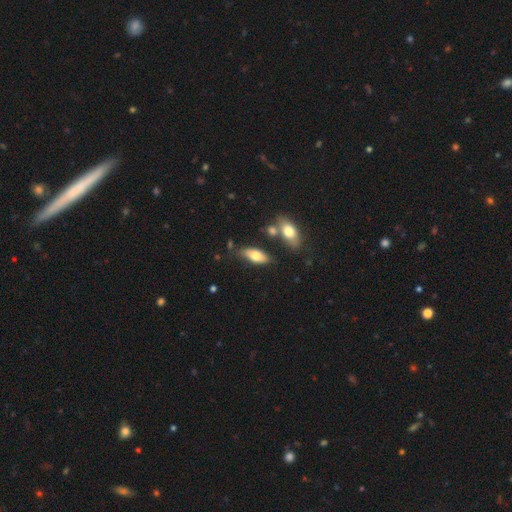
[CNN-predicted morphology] Overall: smooth (73%). How rounded: in between (82%). Merging: none (67%).